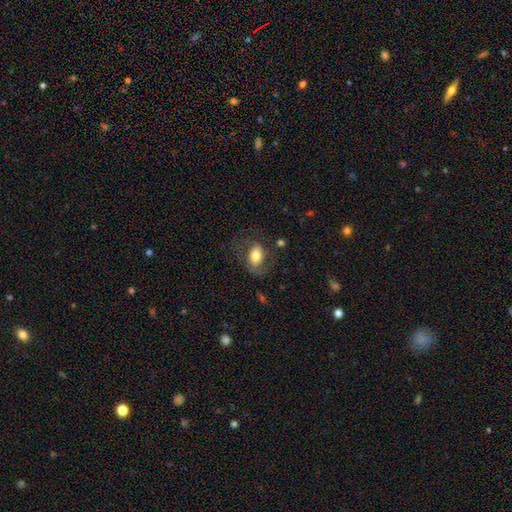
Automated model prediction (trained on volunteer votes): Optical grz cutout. It shows a smooth galaxy with no disk features (61%) that is in between round and cigar-shaped (81%). Merging: none (60%).